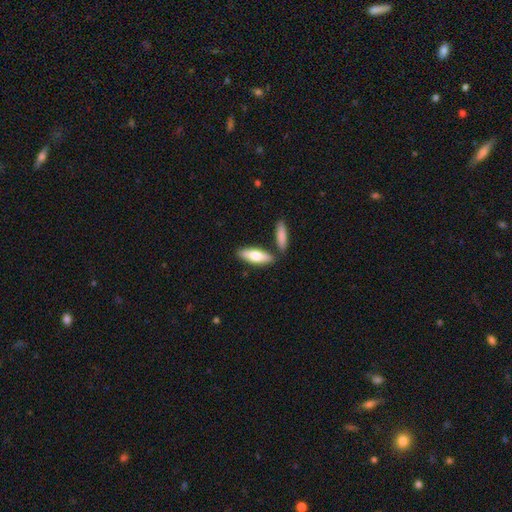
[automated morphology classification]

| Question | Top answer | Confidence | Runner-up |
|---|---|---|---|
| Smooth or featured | smooth | 69% | featured or disk (27%) |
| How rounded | in between | 49% | tied: cigar-shaped (49%) |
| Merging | none | 75% | merger (13%) |